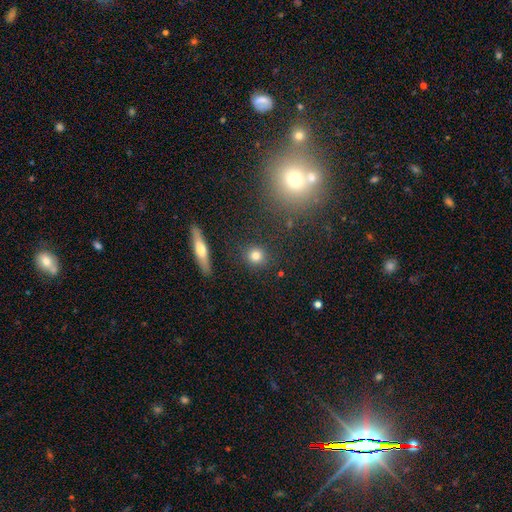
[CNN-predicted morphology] Q: Smooth or featured?
A: smooth (80%); runner-up: star or artifact (11%)
Q: How rounded?
A: round (86%); runner-up: in between (12%)
Q: Merging?
A: none (89%); runner-up: minor disturbance (6%)